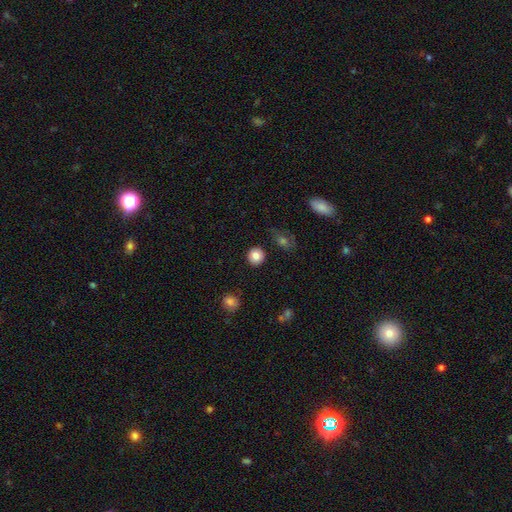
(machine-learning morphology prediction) This is clearly a smooth galaxy (83%). How rounded: clearly round (91%). Merging: clearly none (90%).